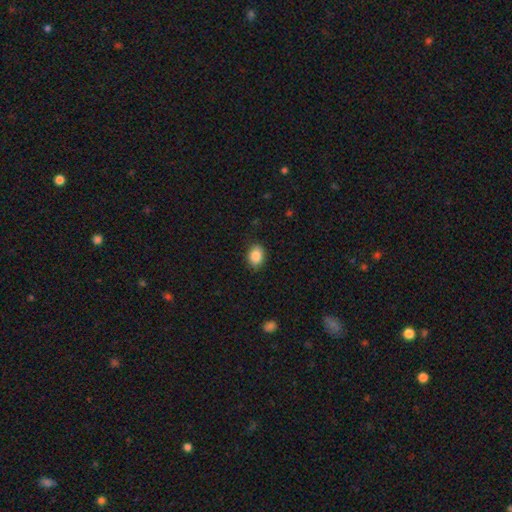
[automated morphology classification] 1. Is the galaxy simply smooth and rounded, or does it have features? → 88% smooth, 8% star or artifact, 4% featured or disk.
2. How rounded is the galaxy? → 72% in between, 27% round, 1% cigar-shaped.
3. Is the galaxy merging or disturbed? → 86% none, 10% minor disturbance, 2% major disturbance, 1% merger.